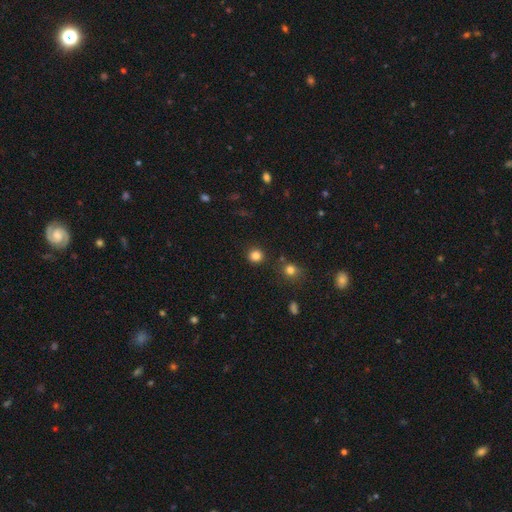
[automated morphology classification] A smooth galaxy with no disk features (83%) that is round (91%). Merging: none (88%).